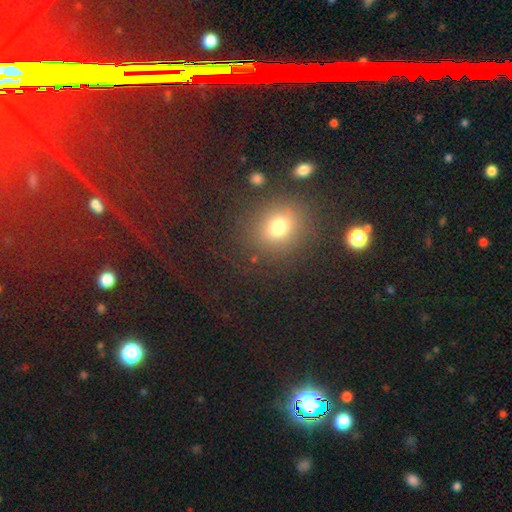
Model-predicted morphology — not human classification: Overall: smooth (54%; star or artifact 37%). How rounded: round (80%). Merging: none (90%).